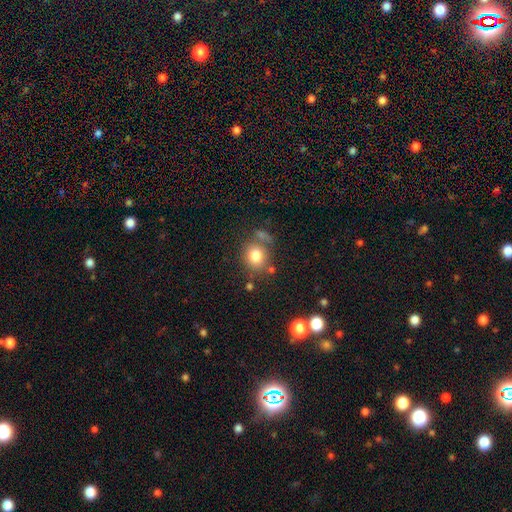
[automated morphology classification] smooth_or_featured: smooth (p=0.79) [alt: star or artifact p=0.11]
how_rounded: round (p=0.79) [alt: in between p=0.20]
merging: none (p=0.65) [alt: merger p=0.14]